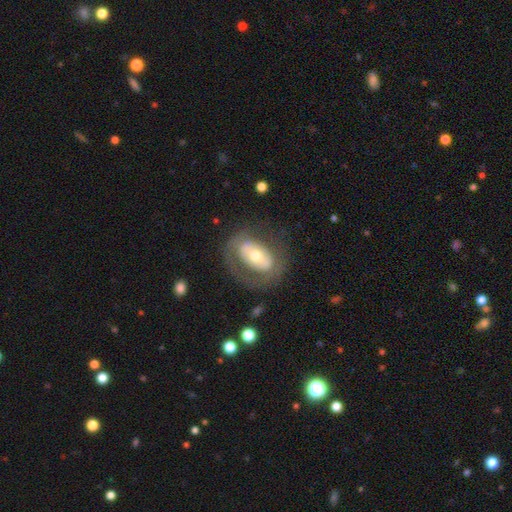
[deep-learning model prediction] Smooth or featured?
  - featured or disk: 57% *
  - smooth: 37%
  - star or artifact: 7%
Edge-on disk?
  - no: 91% *
  - yes: 9%
Bar?
  - no: 53% *
  - strong: 24%
  - weak: 23%
Spiral arms?
  - no: 70% *
  - yes: 30%
Bulge size?
  - moderate: 58% *
  - small: 29%
  - large: 10%
  - dominant: 2%
  - none: 1%
Merging?
  - none: 66% *
  - major disturbance: 16%
  - minor disturbance: 16%
  - merger: 2%